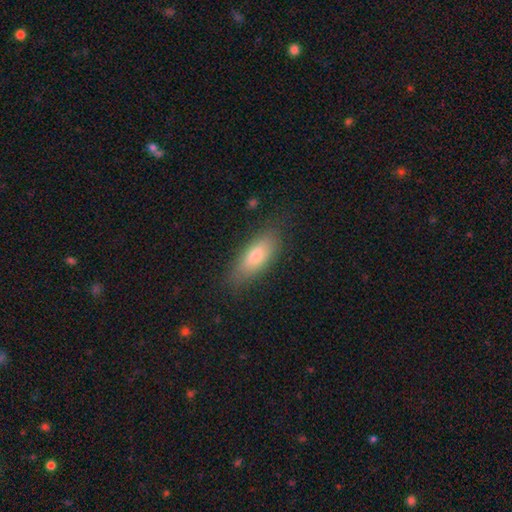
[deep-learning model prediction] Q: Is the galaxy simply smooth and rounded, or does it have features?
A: smooth — 73%.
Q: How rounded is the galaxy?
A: in between — 64%.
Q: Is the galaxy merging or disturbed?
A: none — 82%.